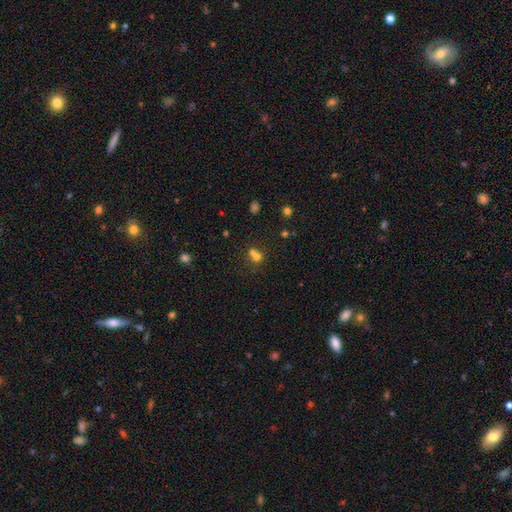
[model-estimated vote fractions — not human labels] This appears to be a smooth galaxy with no disk features (64%) that is round (77%). Merging: merger (53%).